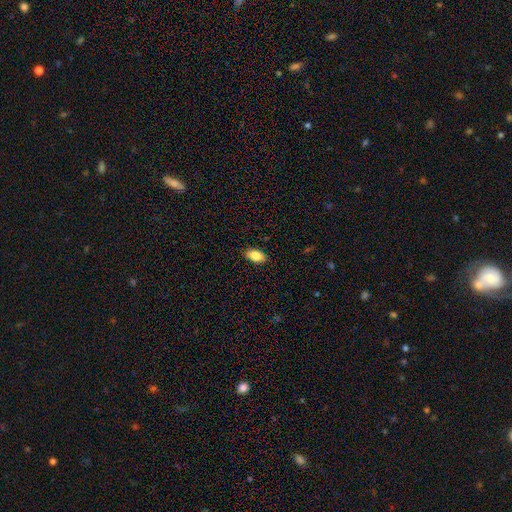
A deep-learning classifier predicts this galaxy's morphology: smooth_or_featured: smooth (p=0.84) [alt: featured or disk p=0.08]
how_rounded: in between (p=0.92) [alt: round p=0.06]
merging: none (p=0.89) [alt: minor disturbance p=0.09]